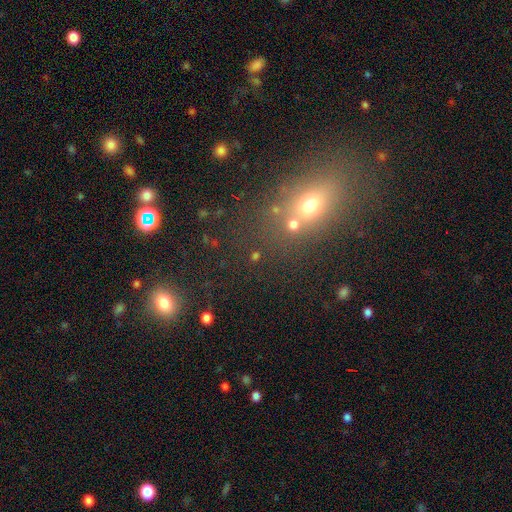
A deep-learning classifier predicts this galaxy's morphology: This appears to be a smooth galaxy with no disk features (54%) that is round (62%). Merging: none (66%).